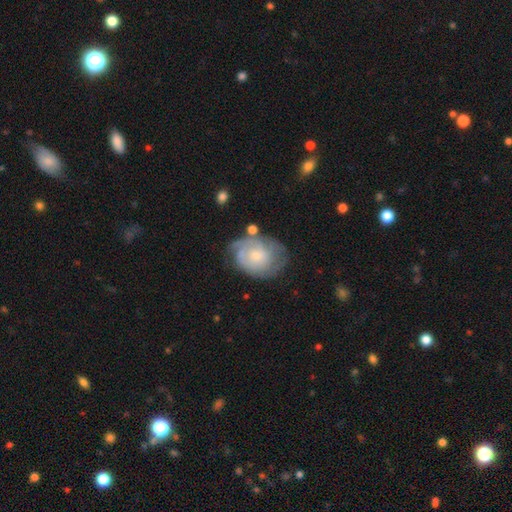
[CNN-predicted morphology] Q: Smooth or featured?
A: featured or disk (66%); runner-up: smooth (28%)
Q: Edge-on disk?
A: no (97%); runner-up: yes (3%)
Q: Bar?
A: no (79%); runner-up: weak (18%)
Q: Spiral arms?
A: yes (83%); runner-up: no (17%)
Q: Spiral winding?
A: tight (60%); runner-up: medium (29%)
Q: Spiral arm count?
A: can't tell (46%); runner-up: 2 (23%)
Q: Bulge size?
A: small (66%); runner-up: moderate (27%)
Q: Merging?
A: none (57%); runner-up: minor disturbance (25%)